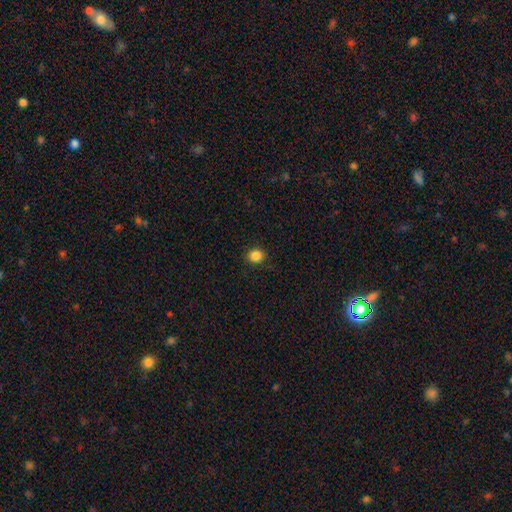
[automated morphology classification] This is clearly a smooth galaxy (86%). How rounded: clearly round (83%). Merging: clearly none (90%).